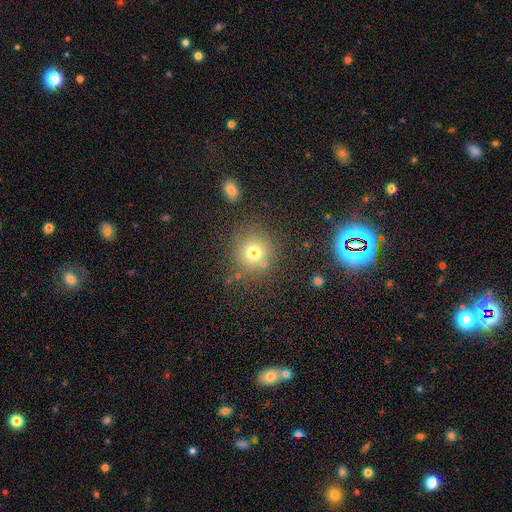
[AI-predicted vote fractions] smooth_or_featured: smooth (p=0.51) [alt: star or artifact p=0.39]
how_rounded: round (p=0.91) [alt: in between p=0.07]
merging: none (p=0.82) [alt: minor disturbance p=0.10]